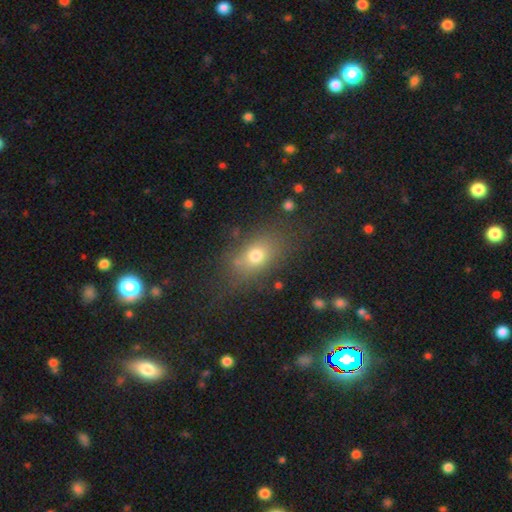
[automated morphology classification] type=smooth (72%); roundness=in between (72%); merging=none (73%).